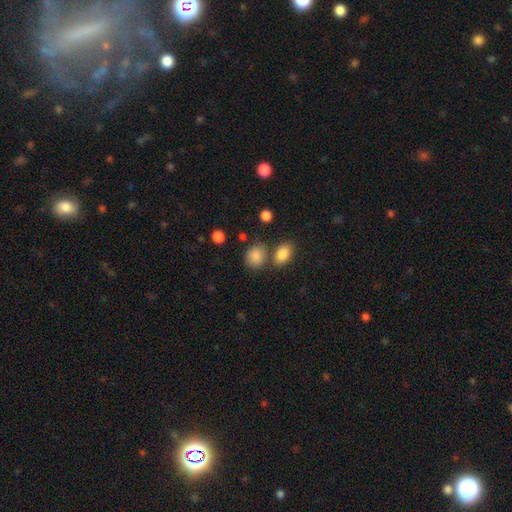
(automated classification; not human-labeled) This is clearly a smooth galaxy (86%). How rounded: possibly round (55%). Merging: likely none (65%).